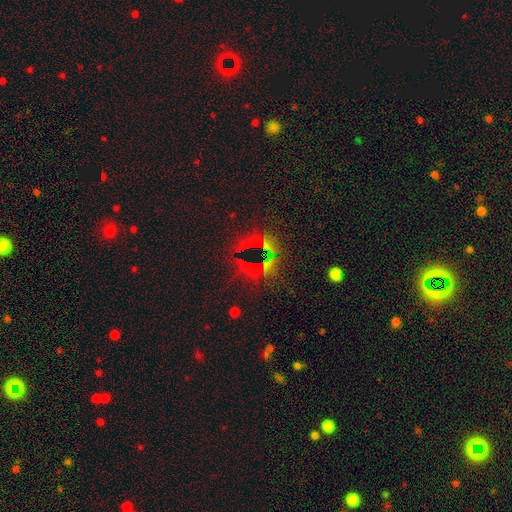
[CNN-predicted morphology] type=star or artifact (64%).